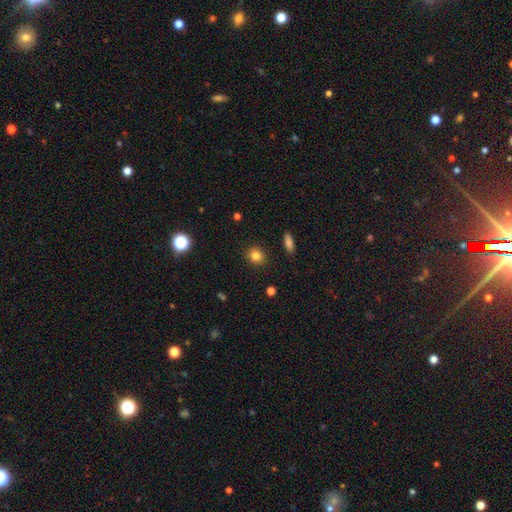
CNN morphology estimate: The model was most divided on "how rounded": round: 75%, in between: 24%, cigar-shaped: 1%. More confident: merging — none (89%); smooth or featured — smooth (83%).